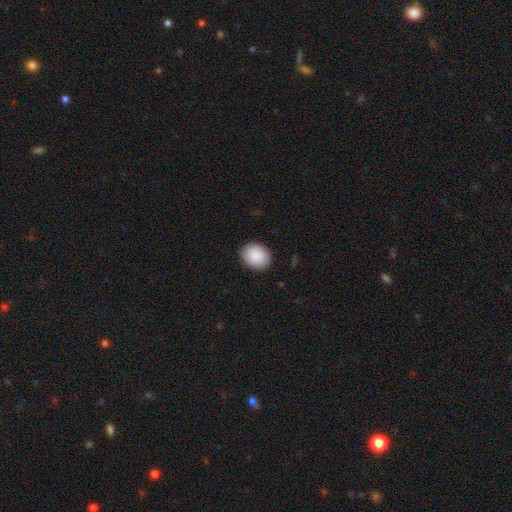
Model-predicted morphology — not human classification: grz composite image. It shows a smooth galaxy with no disk features (90%) that is round (51%). Merging: none (90%).